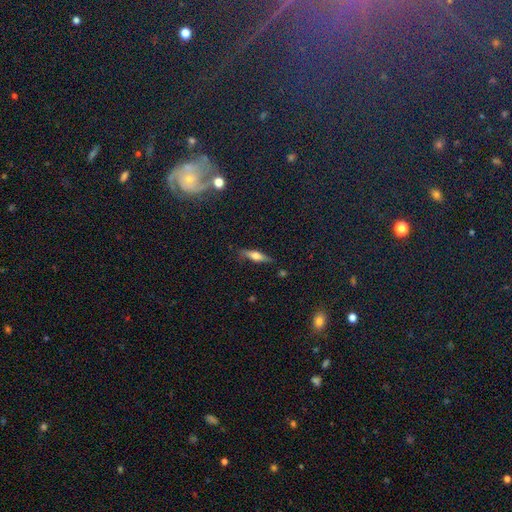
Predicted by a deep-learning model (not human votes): Smooth or featured? featured or disk (49%)
Merging? none (83%)